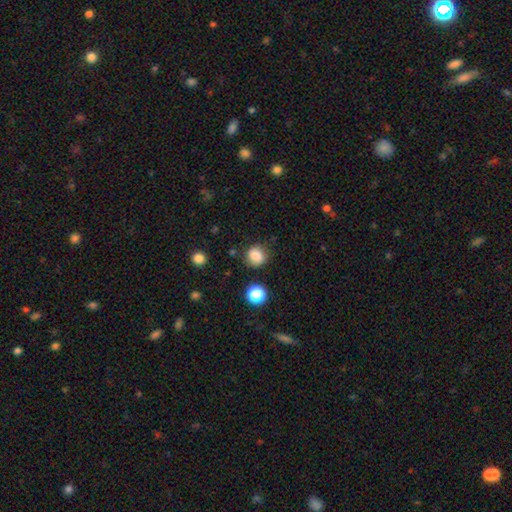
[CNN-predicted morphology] Overall: smooth (80%). How rounded: round (80%). Merging: none (73%).